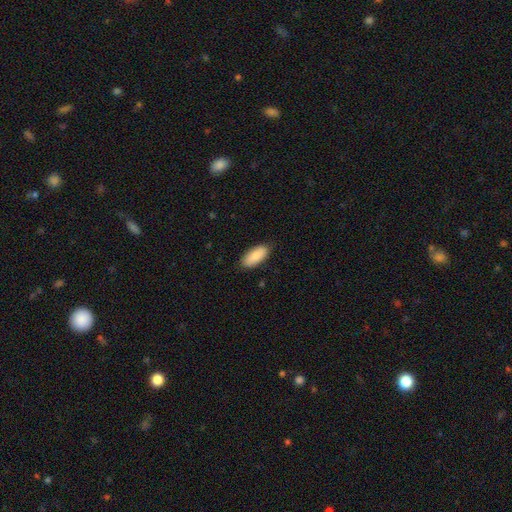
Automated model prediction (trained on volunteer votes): Smooth or featured: smooth — 89% (star or artifact — 6%)
How rounded: in between — 87% (cigar-shaped — 11%)
Merging: none — 86% (minor disturbance — 11%)